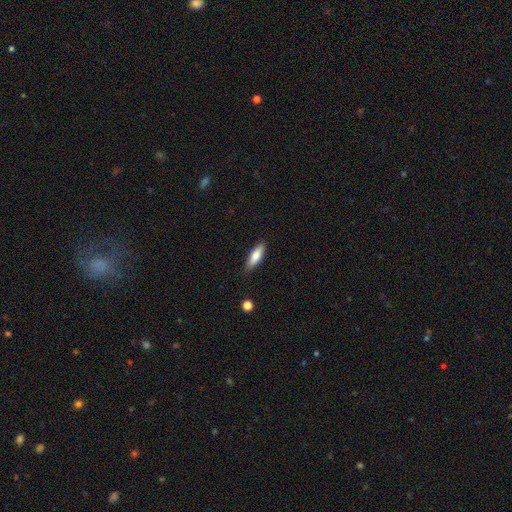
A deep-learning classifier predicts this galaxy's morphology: Smooth or featured?
  - smooth: 75% *
  - featured or disk: 19%
  - star or artifact: 6%
How rounded?
  - in between: 49% * (tied)
  - cigar-shaped: 49% * (tied)
  - round: 2%
Merging?
  - none: 83% *
  - minor disturbance: 13%
  - major disturbance: 2%
  - merger: 2%